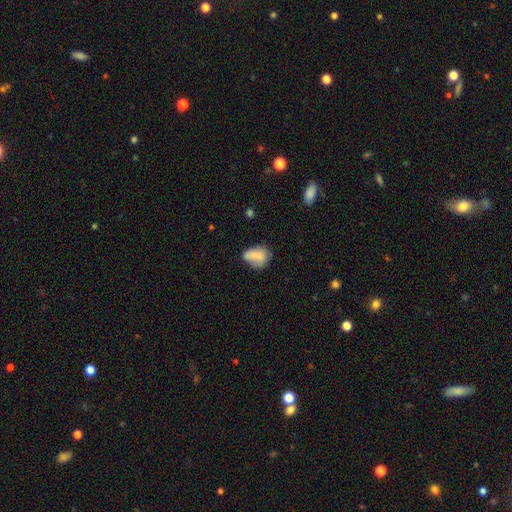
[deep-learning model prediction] smooth 76%, featured or disk 15%, star or artifact 9%. Down the decision tree: how rounded — in between (71%); merging — none (45%).